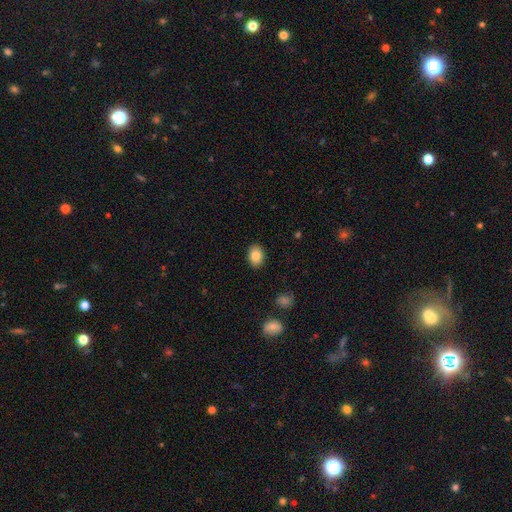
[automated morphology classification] Q: Smooth or featured?
A: smooth (84%); runner-up: star or artifact (8%)
Q: How rounded?
A: in between (72%); runner-up: round (27%)
Q: Merging?
A: none (89%); runner-up: minor disturbance (8%)